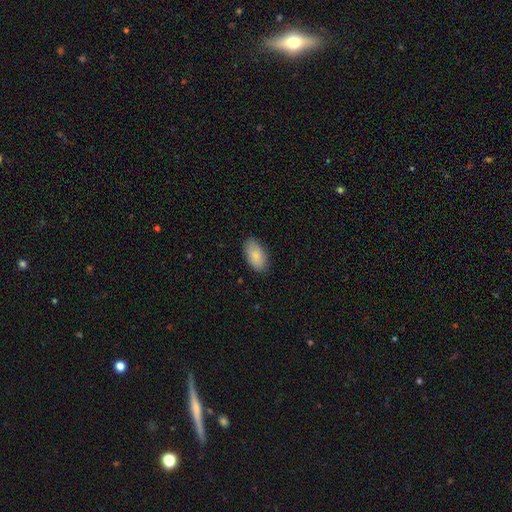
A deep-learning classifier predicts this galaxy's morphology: Smooth or featured: smooth — 86% (featured or disk — 8%)
How rounded: in between — 95% (round — 4%)
Merging: none — 86% (minor disturbance — 11%)